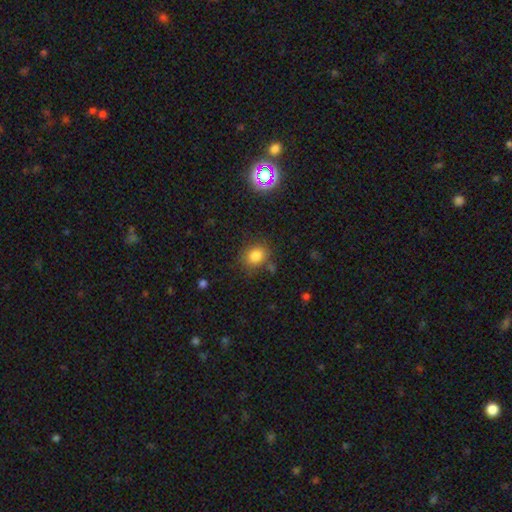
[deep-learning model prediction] Smooth or featured? smooth (81%)
How rounded? round (59%)
Merging? none (76%)